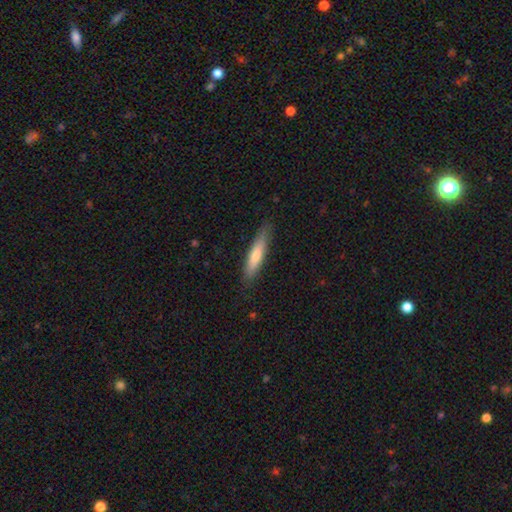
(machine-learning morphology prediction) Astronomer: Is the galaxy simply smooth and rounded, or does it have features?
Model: smooth — 67%.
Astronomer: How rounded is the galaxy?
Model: cigar-shaped — 85%.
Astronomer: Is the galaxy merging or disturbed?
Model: none — 84%.